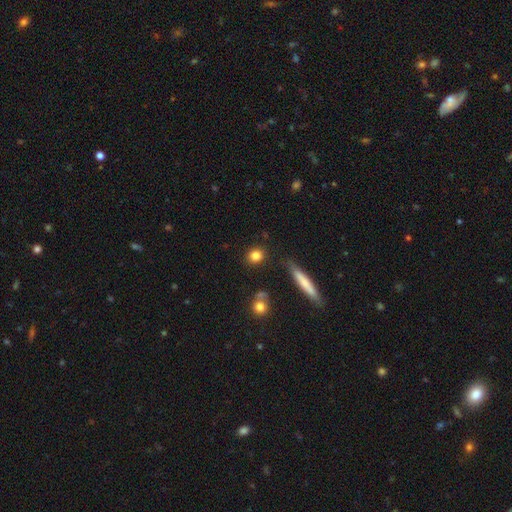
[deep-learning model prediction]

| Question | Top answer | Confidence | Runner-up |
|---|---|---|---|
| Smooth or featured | smooth | 82% | star or artifact (9%) |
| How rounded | round | 70% | in between (25%) |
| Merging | none | 86% | minor disturbance (8%) |